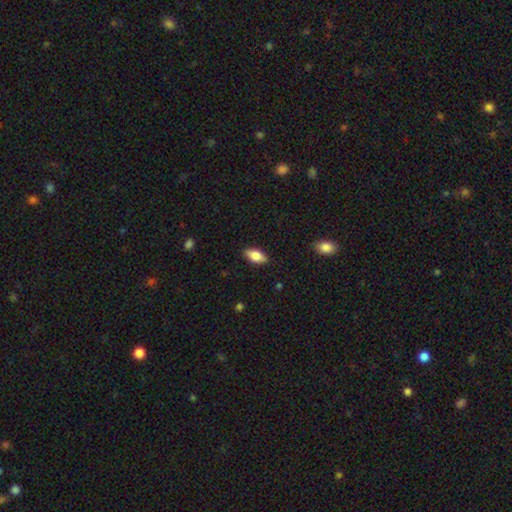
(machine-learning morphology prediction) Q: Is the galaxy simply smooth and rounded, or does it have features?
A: smooth — 80%.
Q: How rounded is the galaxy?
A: in between — 88%.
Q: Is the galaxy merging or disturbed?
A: none — 87%.